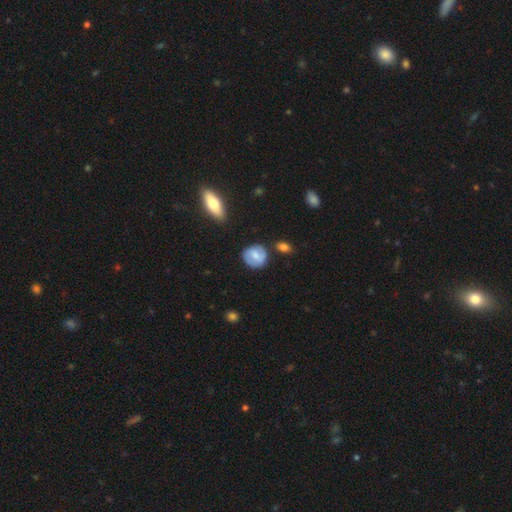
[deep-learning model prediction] smooth-or-featured: smooth: 61% | featured or disk: 32% | star or artifact: 7%
  how-rounded: round: 79% | in between: 19% | cigar-shaped: 1%
  merging: none: 74% | minor disturbance: 17% | merger: 5% | major disturbance: 4%